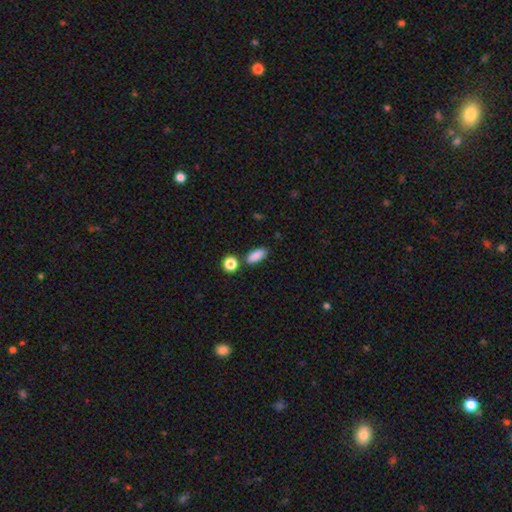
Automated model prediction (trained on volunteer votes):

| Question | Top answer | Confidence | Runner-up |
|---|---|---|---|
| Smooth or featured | smooth | 87% | star or artifact (9%) |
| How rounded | in between | 78% | cigar-shaped (16%) |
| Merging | none | 78% | minor disturbance (11%) |